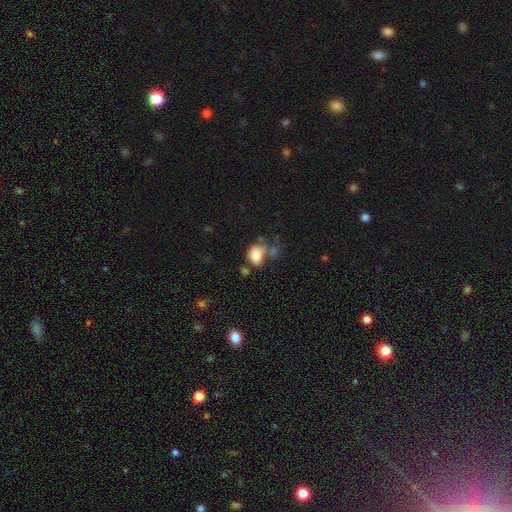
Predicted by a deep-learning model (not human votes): This appears to be a smooth galaxy with no disk features (78%) that is in between round and cigar-shaped (76%). Merging: none (34%).